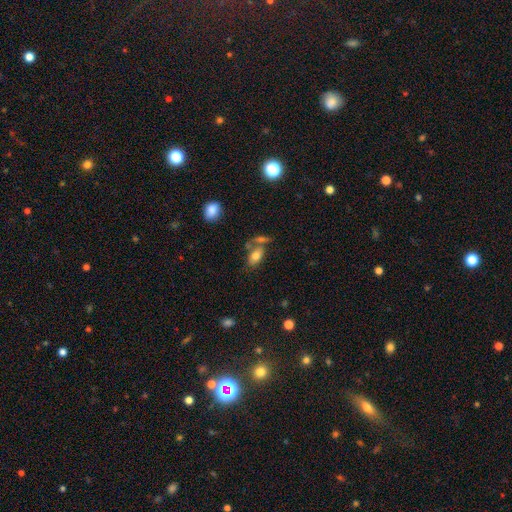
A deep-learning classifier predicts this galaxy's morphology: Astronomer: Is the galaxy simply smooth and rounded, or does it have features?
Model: smooth — 75%.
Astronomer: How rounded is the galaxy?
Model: in between — 89%.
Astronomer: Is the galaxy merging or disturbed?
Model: none — 48% (runner-up: merger, 30%).